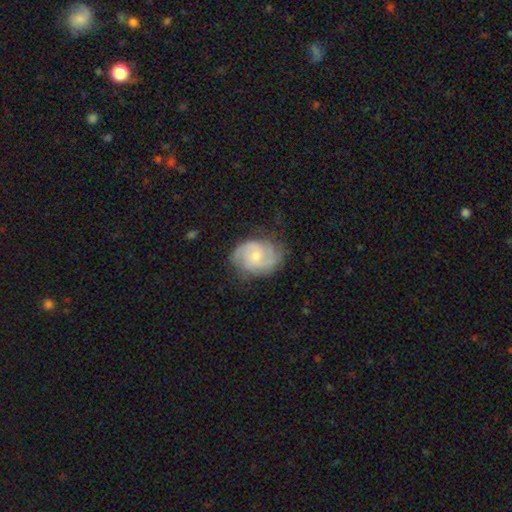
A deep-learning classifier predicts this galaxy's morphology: This is likely a featured or disk galaxy (73%). It is clearly not viewed edge-on (98%). Bar: likely no (66%). Spiral arm pattern: clearly yes (93%). Spiral arm count: possibly 2 (51%). Spiral winding: marginally tight (45%). Central bulge: possibly small (51%). Merging: likely none (71%).